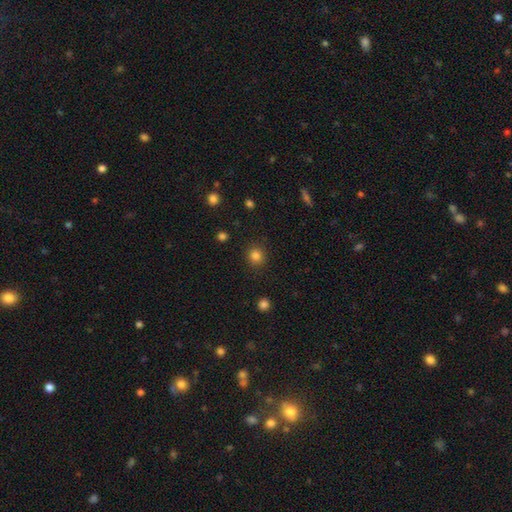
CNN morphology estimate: Smooth or featured? smooth (83%)
How rounded? round (90%)
Merging? none (89%)